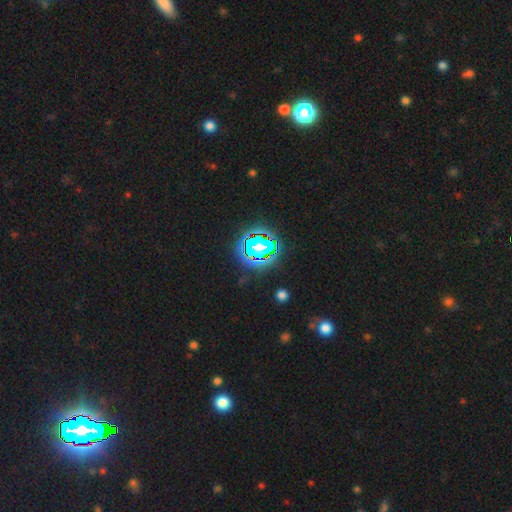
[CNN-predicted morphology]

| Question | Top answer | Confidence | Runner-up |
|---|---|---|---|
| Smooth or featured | star or artifact | 79% | smooth (13%) |